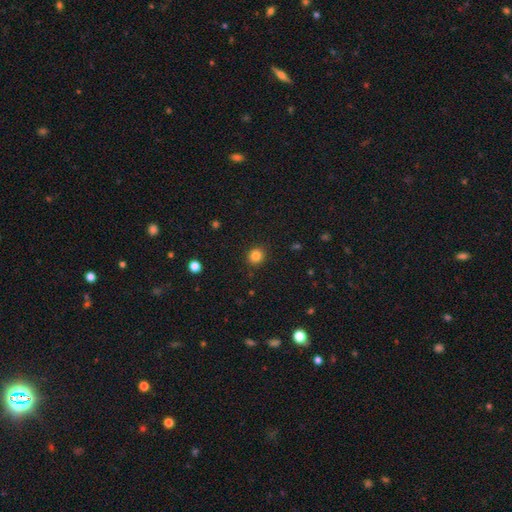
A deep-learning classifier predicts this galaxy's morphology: type=smooth (84%); roundness=round (82%); merging=none (90%).